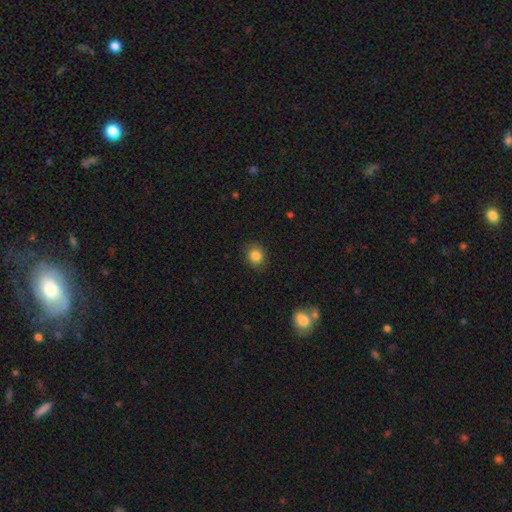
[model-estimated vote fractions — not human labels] Overall: smooth (83%). How rounded: round (78%). Merging: none (89%).